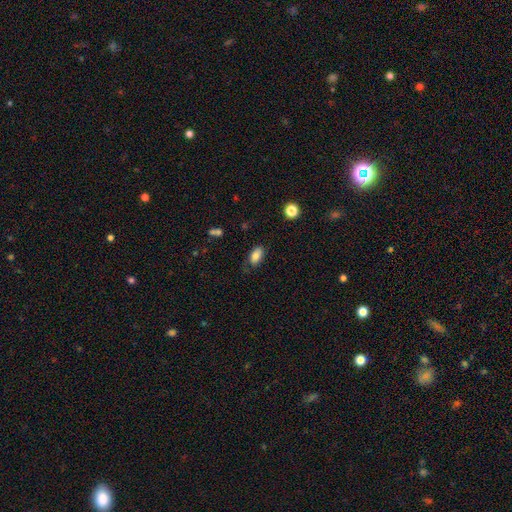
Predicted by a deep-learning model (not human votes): Smooth or featured?
  - smooth: 81% *
  - featured or disk: 10%
  - star or artifact: 8%
How rounded?
  - in between: 92% *
  - round: 6%
  - cigar-shaped: 2%
Merging?
  - none: 71% *
  - minor disturbance: 21%
  - major disturbance: 6%
  - merger: 2%